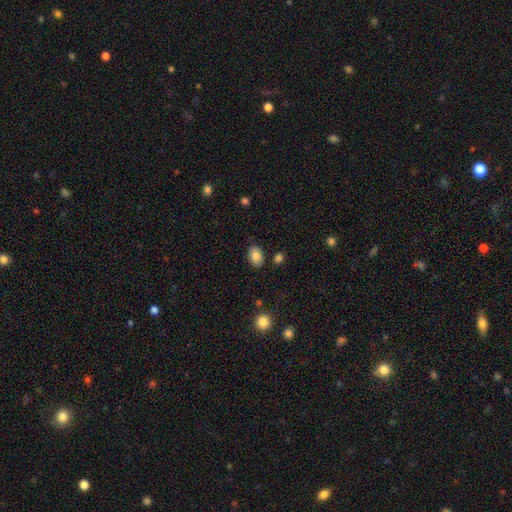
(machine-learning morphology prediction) Smooth or featured? smooth (84%)
How rounded? in between (85%)
Merging? none (82%)